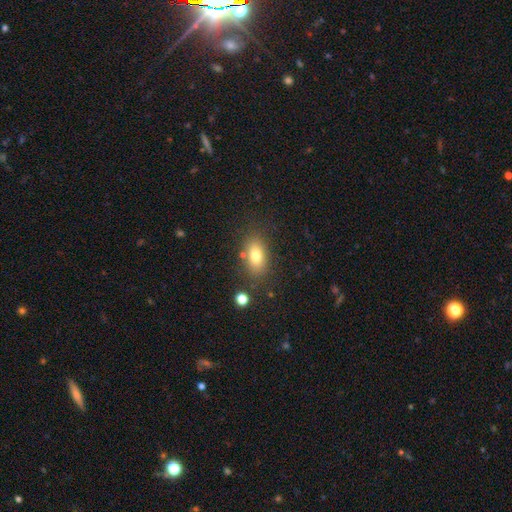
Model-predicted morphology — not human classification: smooth_or_featured: smooth (p=0.78) [alt: featured or disk p=0.12]
how_rounded: in between (p=0.86) [alt: round p=0.10]
merging: none (p=0.79) [alt: minor disturbance p=0.12]